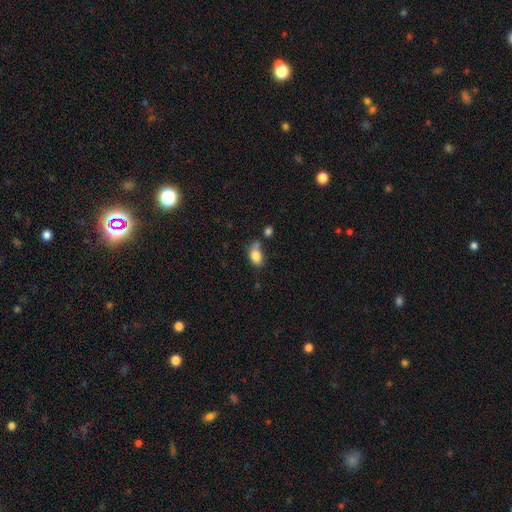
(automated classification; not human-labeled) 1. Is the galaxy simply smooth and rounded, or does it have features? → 83% smooth, 9% star or artifact, 8% featured or disk.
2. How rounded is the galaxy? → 82% in between, 16% round, 2% cigar-shaped.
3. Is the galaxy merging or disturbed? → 45% none, 24% minor disturbance, 22% merger, 9% major disturbance.